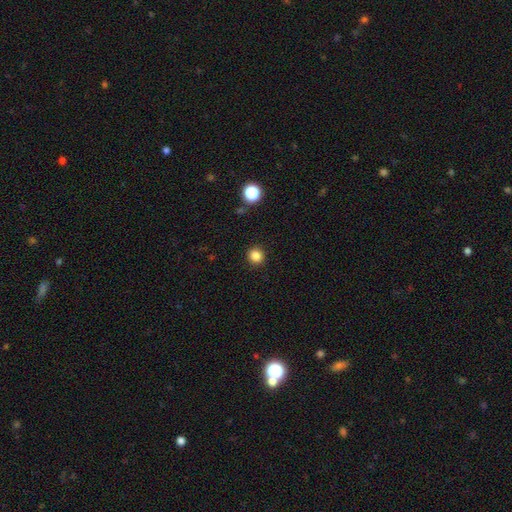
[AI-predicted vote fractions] smooth_or_featured: smooth (p=0.84) [alt: star or artifact p=0.12]
how_rounded: round (p=0.90) [alt: in between p=0.09]
merging: none (p=0.91) [alt: minor disturbance p=0.06]